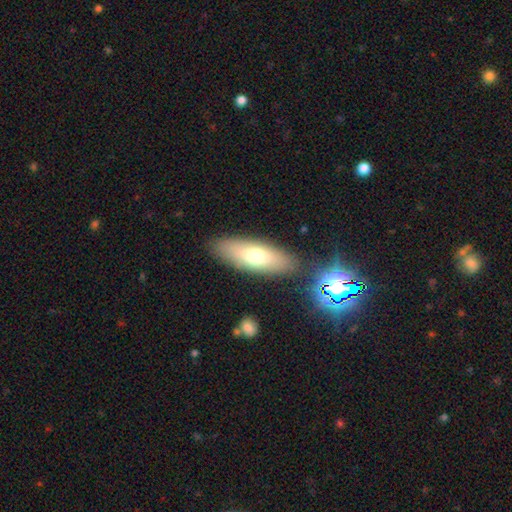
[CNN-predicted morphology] smooth-or-featured: smooth: 66% | featured or disk: 25% | star or artifact: 9%
  how-rounded: in between: 58% | cigar-shaped: 39% | round: 3%
  merging: none: 84% | minor disturbance: 10% | merger: 4% | major disturbance: 3%